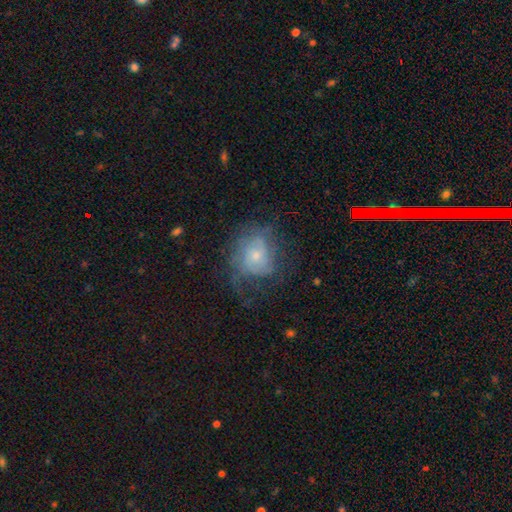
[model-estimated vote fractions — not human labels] smooth-or-featured: featured or disk: 58% | smooth: 32% | star or artifact: 9%
  disk-edge-on: no: 97% | yes: 3%
    bar: no: 79% | weak: 19% | strong: 3%
    has-spiral-arms: yes: 74% | no: 26%
    bulge-size: small: 61% | moderate: 32% | none: 3% | large: 3% | dominant: 1%
  merging: none: 49% | major disturbance: 25% | minor disturbance: 25% | merger: 2%